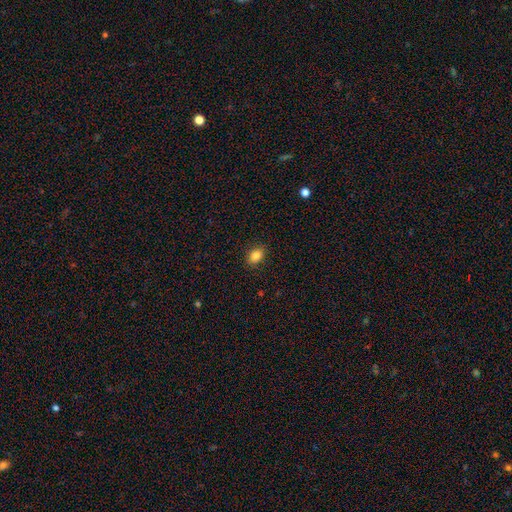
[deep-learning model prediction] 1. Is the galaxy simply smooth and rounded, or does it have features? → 85% smooth, 9% star or artifact, 6% featured or disk.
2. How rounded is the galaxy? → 76% in between, 23% round, 1% cigar-shaped.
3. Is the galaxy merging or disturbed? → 88% none, 9% minor disturbance, 2% major disturbance, 1% merger.